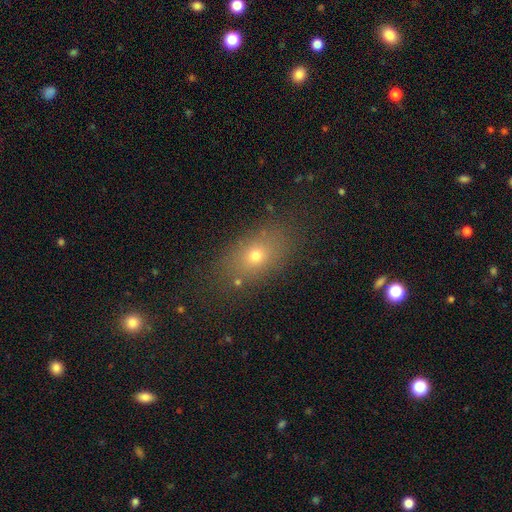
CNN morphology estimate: A smooth galaxy with no disk features (69%) that is in between round and cigar-shaped (76%). Merging: none (80%).